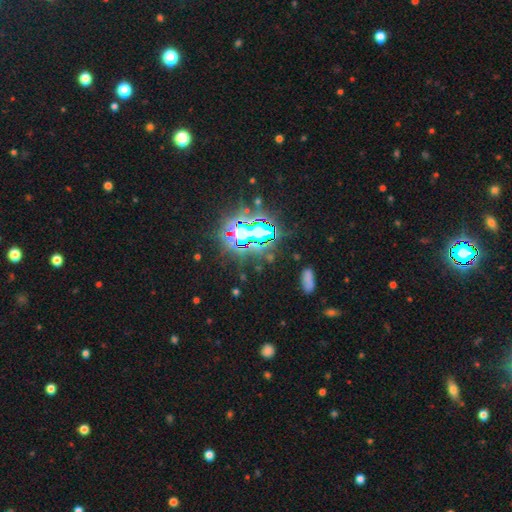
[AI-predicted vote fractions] Morphology: type=star or artifact (82%).